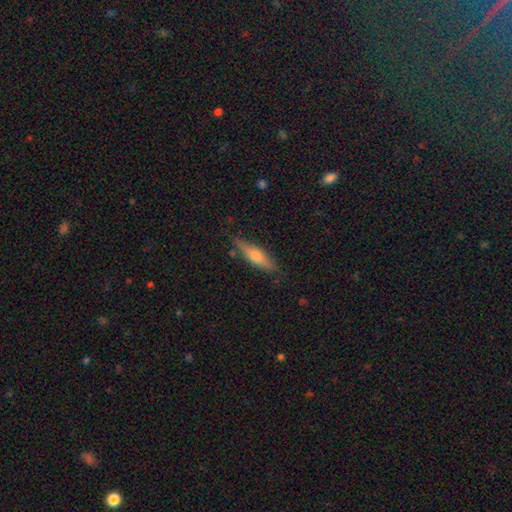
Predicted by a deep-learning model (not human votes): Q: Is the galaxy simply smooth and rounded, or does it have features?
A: smooth — 51%.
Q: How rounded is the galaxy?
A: cigar-shaped — 70%.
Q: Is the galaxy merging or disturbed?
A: none — 81%.